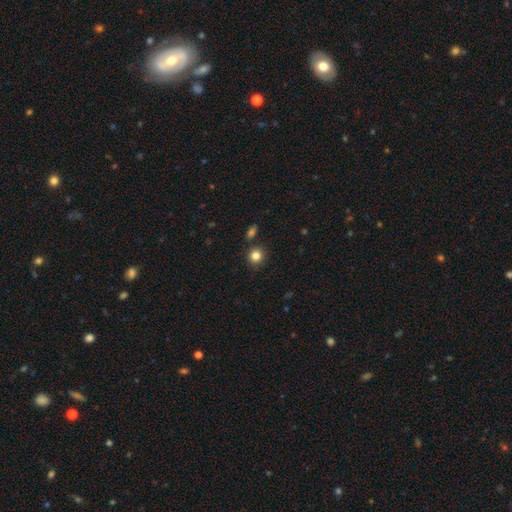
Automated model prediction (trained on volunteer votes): Smooth or featured? Predicted: smooth (p=0.84). How rounded? Predicted: round (p=0.90). Merging? Predicted: none (p=0.83).